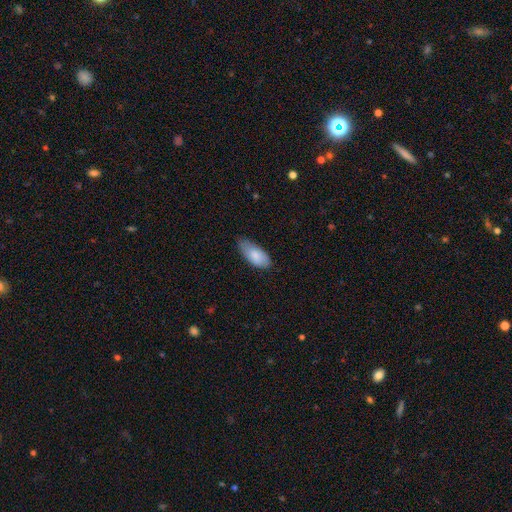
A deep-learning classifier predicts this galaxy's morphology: A smooth galaxy with no disk features (84%) that is in between round and cigar-shaped (88%). Merging: none (61%).